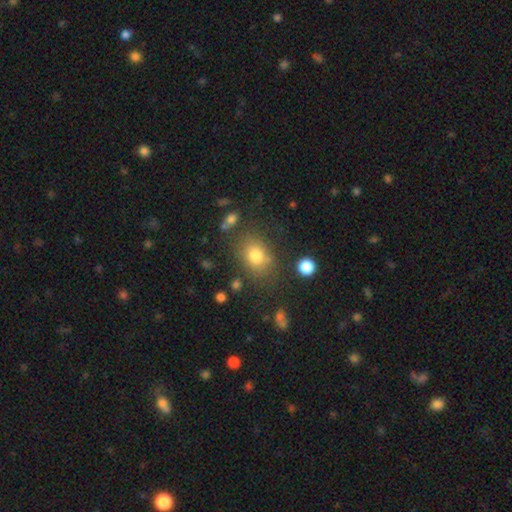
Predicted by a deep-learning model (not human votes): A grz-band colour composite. It shows a smooth galaxy with no disk features (78%) that is in between round and cigar-shaped (57%). Merging: none (73%).